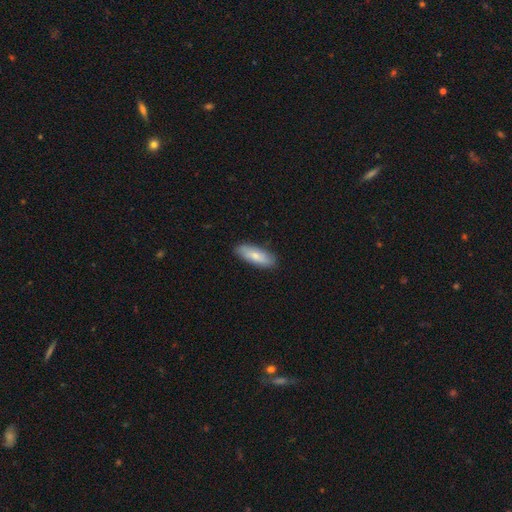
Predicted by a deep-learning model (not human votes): Morphology: type=smooth (74%); roundness=in between (66%); merging=none (86%).